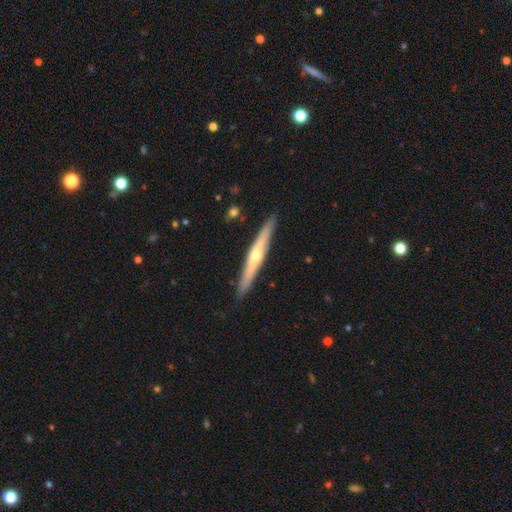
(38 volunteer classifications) featured or disk 79%, smooth 21%, star or artifact 0%. Down the decision tree: edge-on disk — yes (100%); edge-on bulge — rounded (83%); merging — none (82%).